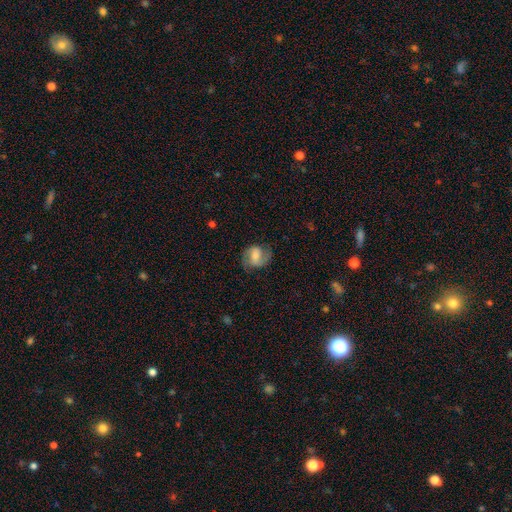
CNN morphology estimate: This appears to be a featured or disk galaxy (64%) with a weak bar (48%), 2 (85%) medium (49%) spiral arms (91%) and a moderate central bulge (42%). Merging: none (72%).